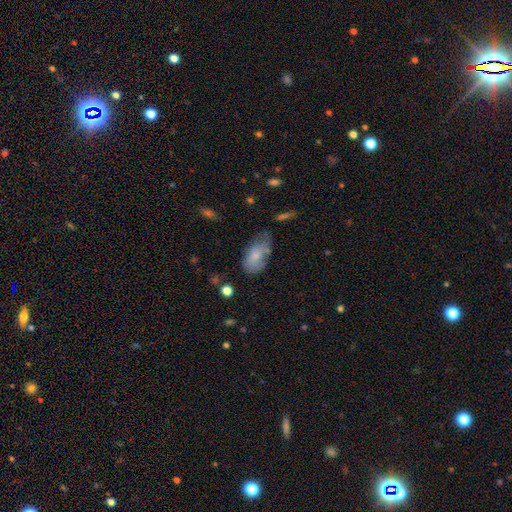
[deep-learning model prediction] smooth_or_featured: smooth (p=0.75) [alt: featured or disk p=0.18]
how_rounded: in between (p=0.92) [alt: round p=0.04]
merging: none (p=0.45) [alt: minor disturbance p=0.36]